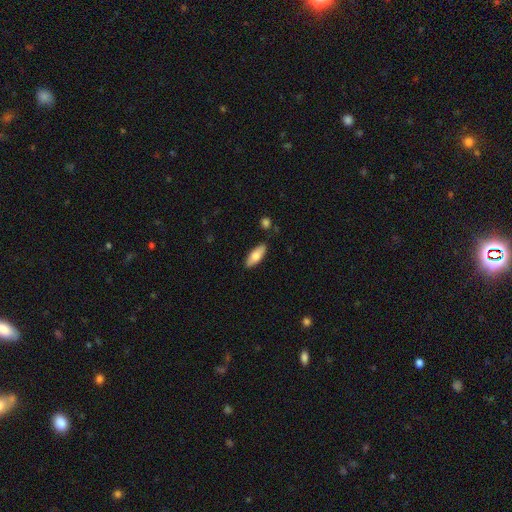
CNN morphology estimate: The model was most divided on "how rounded": in between: 74%, cigar-shaped: 24%, round: 2%. More confident: merging — none (84%); smooth or featured — smooth (75%).